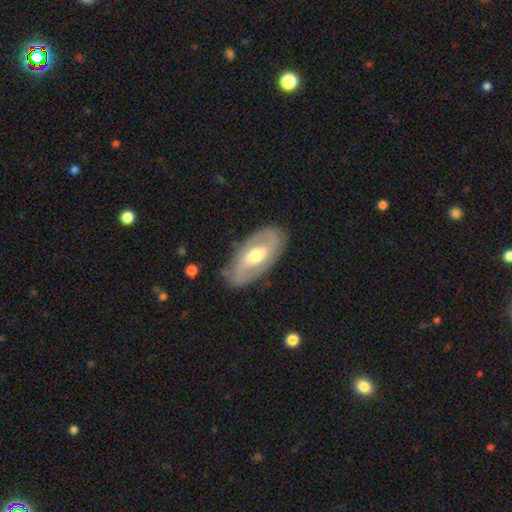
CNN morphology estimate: This is likely a featured or disk galaxy (74%). It is clearly not viewed edge-on (92%). Bar: marginally weak (41%). Spiral arm pattern: likely yes (76%). Spiral arm count: clearly 2 (82%). Spiral winding: marginally medium (44%). Central bulge: likely moderate (68%). Merging: clearly none (82%).